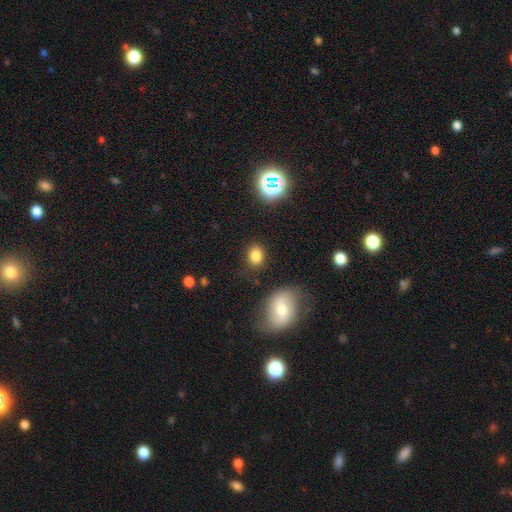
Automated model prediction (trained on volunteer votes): Smooth or featured? Predicted: smooth (p=0.81). How rounded? Predicted: in between (p=0.54). Merging? Predicted: none (p=0.81).